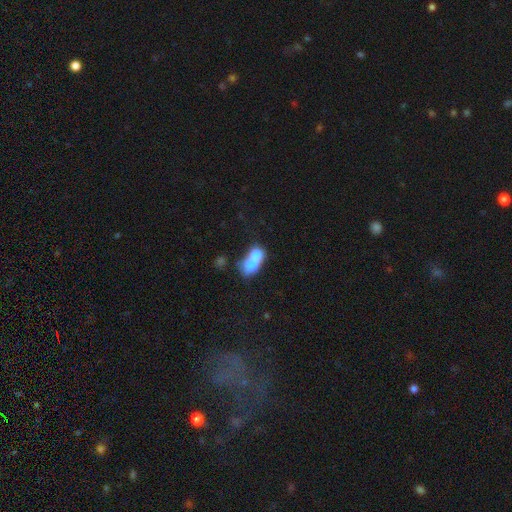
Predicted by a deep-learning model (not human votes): A smooth galaxy with no disk features (67%) that is in between round and cigar-shaped (57%).

Vote fractions:
- Smooth or featured? smooth: 67% / featured or disk: 24% / star or artifact: 8%
- How rounded? in between: 57% / round: 41% / cigar-shaped: 2%
- Merging? merger: 78% / none: 14% / minor disturbance: 5% / major disturbance: 3%